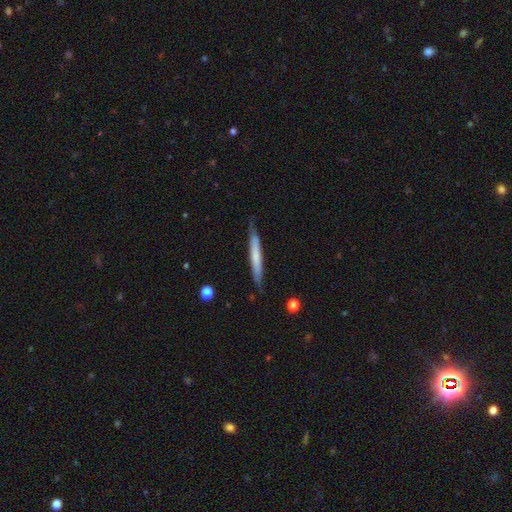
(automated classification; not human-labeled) smooth-or-featured: smooth: 58% | featured or disk: 37% | star or artifact: 5%
  how-rounded: cigar-shaped: 95% | in between: 4% | round: 1%
  merging: none: 82% | minor disturbance: 15% | major disturbance: 2% | merger: 1%